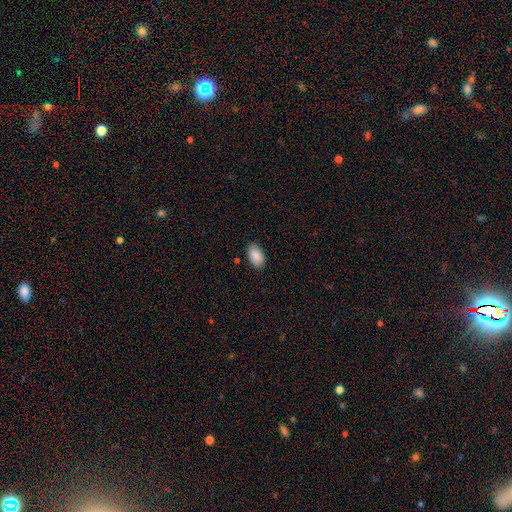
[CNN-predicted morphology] type=smooth (88%); roundness=in between (94%); merging=none (86%).